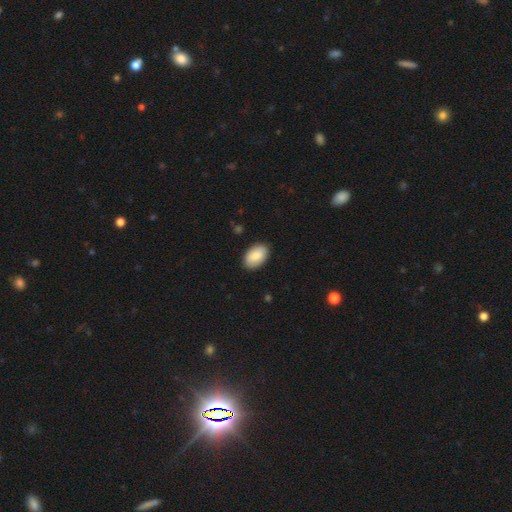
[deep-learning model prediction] Smooth or featured: smooth — 85% (featured or disk — 9%)
How rounded: in between — 92% (round — 7%)
Merging: none — 86% (minor disturbance — 11%)